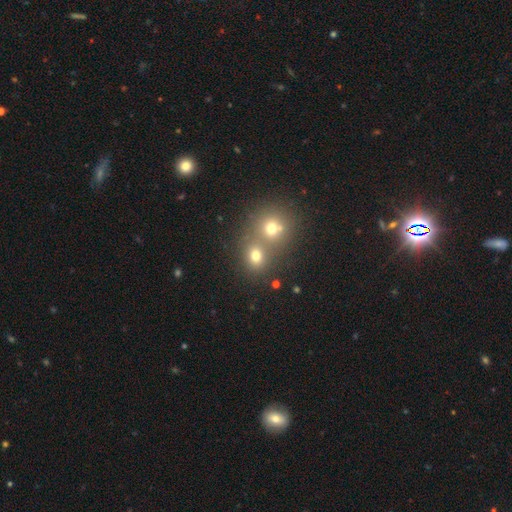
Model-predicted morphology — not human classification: The model was most divided on "merging": merger: 46%, none: 44%, minor disturbance: 7%, major disturbance: 3%. More confident: smooth or featured — smooth (71%); how rounded — round (71%).